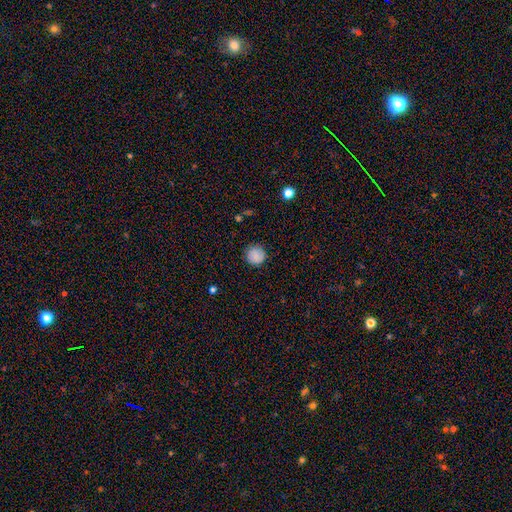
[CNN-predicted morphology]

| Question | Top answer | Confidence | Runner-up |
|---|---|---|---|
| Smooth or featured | smooth | 84% | star or artifact (9%) |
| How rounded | round | 92% | in between (7%) |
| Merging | none | 86% | minor disturbance (10%) |